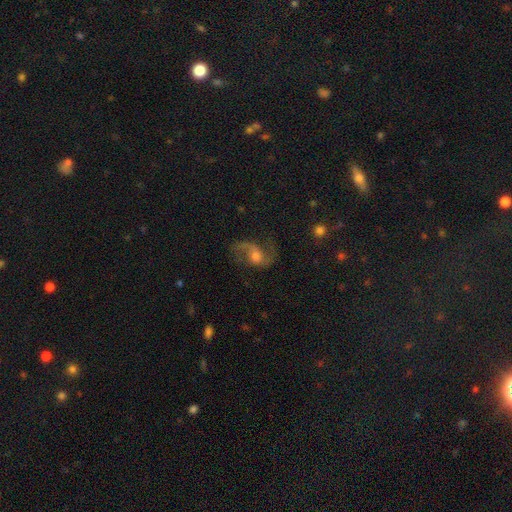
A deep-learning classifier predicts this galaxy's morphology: Overall: featured or disk (80%). Edge-on disk: no (97%). Bar: no (57%; weak 35%). Spiral arms: yes (94%). Spiral arm count: 2 (86%). Spiral winding: loose (65%; medium 30%). Bulge size: moderate (59%; small 24%). Merging: none (63%).